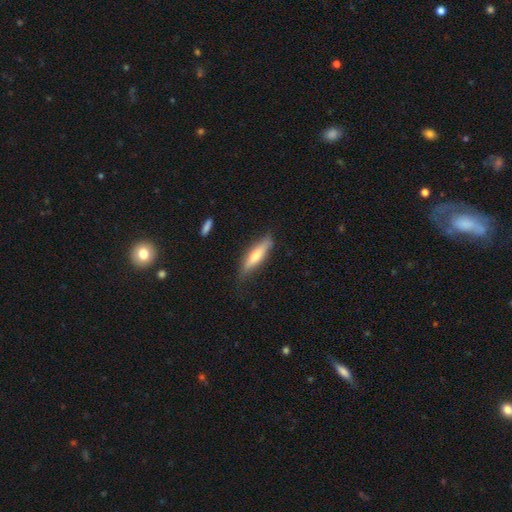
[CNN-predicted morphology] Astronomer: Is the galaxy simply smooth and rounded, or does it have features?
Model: smooth — 58% (runner-up: featured or disk, 36%).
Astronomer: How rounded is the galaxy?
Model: cigar-shaped — 72%.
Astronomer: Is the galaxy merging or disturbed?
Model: none — 76%.